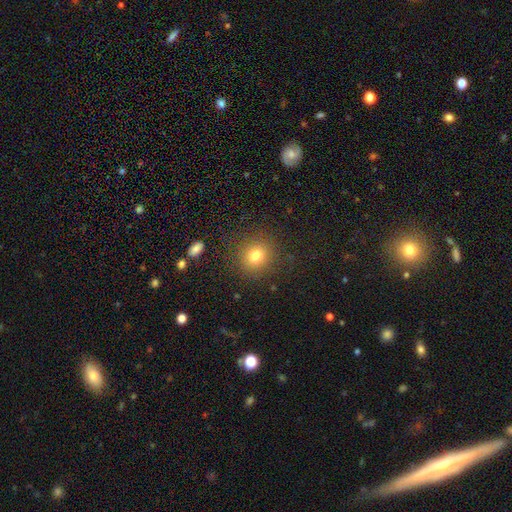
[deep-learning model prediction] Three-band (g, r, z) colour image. It shows a smooth galaxy with no disk features (79%) that is round (83%). Merging: none (87%).